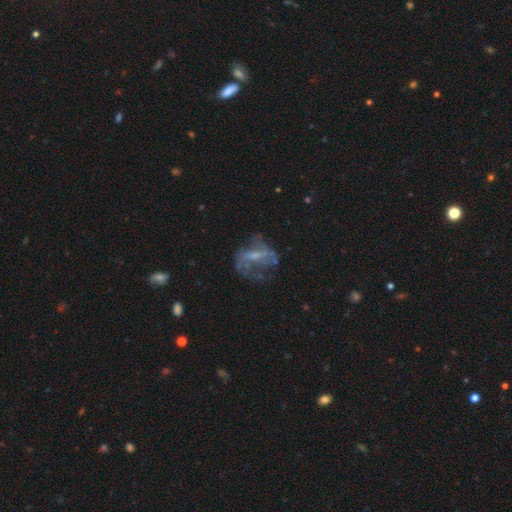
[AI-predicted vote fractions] Overall: featured or disk (65%). Edge-on disk: no (94%). Bar: weak (42%; no 36%). Spiral arms: no (50%, tied with yes). Bulge size: small (45%; moderate 27%). Merging: none (42%; major disturbance 34%).